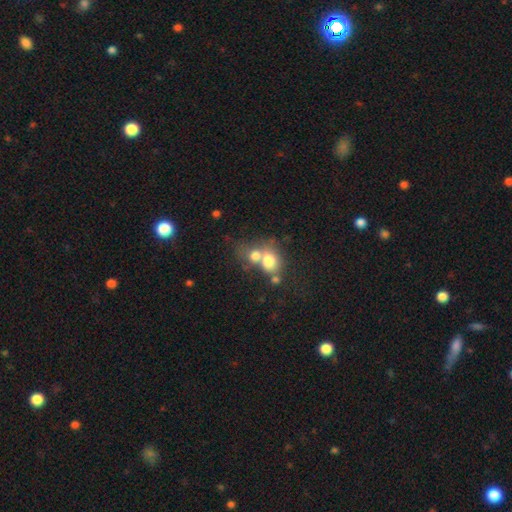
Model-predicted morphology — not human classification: type=smooth (71%); roundness=round (57%); merging=merger (65%).